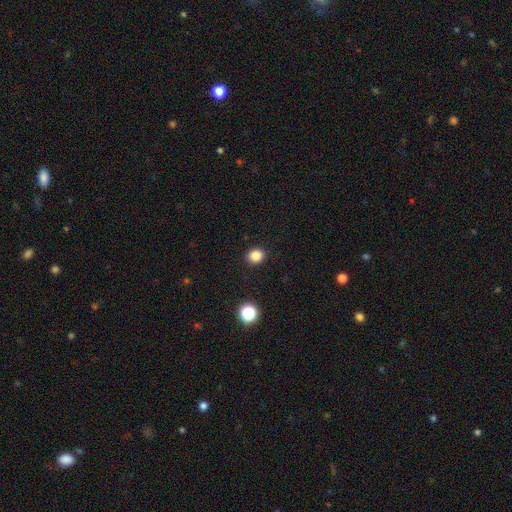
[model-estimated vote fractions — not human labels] The model was most divided on "how rounded": round: 74%, in between: 25%, cigar-shaped: 1%. More confident: merging — none (91%); smooth or featured — smooth (84%).